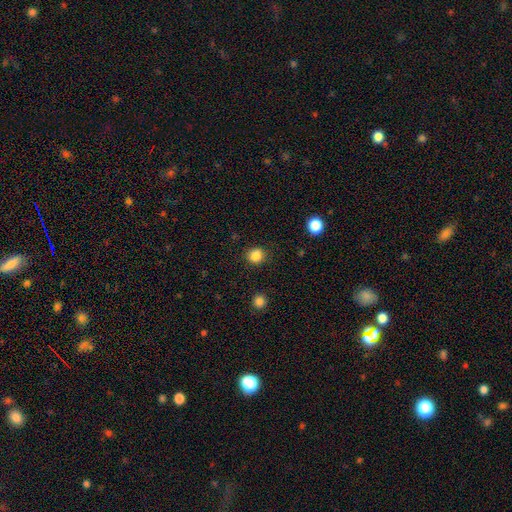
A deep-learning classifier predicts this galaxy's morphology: smooth-or-featured: smooth: 86% | star or artifact: 11% | featured or disk: 3%
  how-rounded: round: 87% | in between: 12% | cigar-shaped: 1%
  merging: none: 90% | minor disturbance: 7% | major disturbance: 2% | merger: 1%